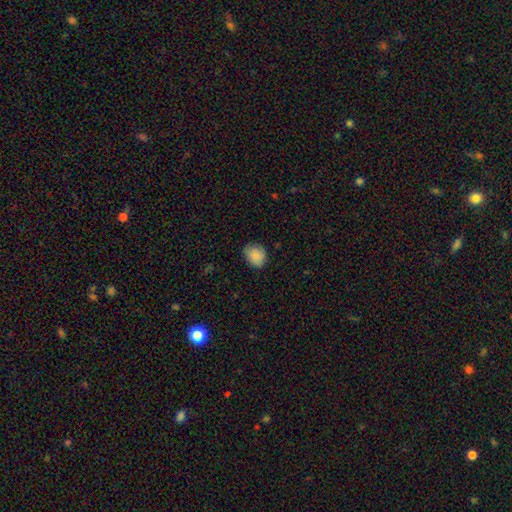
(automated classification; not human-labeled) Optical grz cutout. It shows a smooth galaxy with no disk features (87%) that is round (51%). Merging: none (75%).